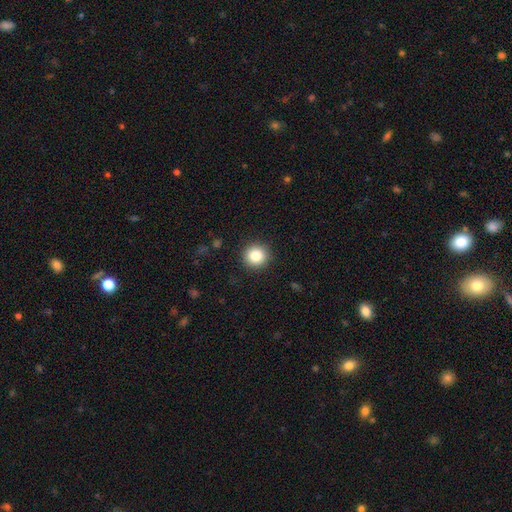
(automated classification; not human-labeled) Smooth or featured: smooth — 84% (star or artifact — 10%)
How rounded: round — 95% (in between — 4%)
Merging: none — 91% (minor disturbance — 6%)